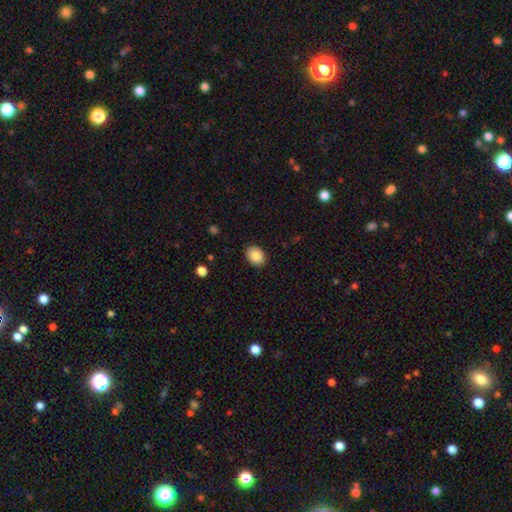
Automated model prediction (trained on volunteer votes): Overall: smooth (88%). How rounded: in between (62%; round 38%). Merging: none (89%).